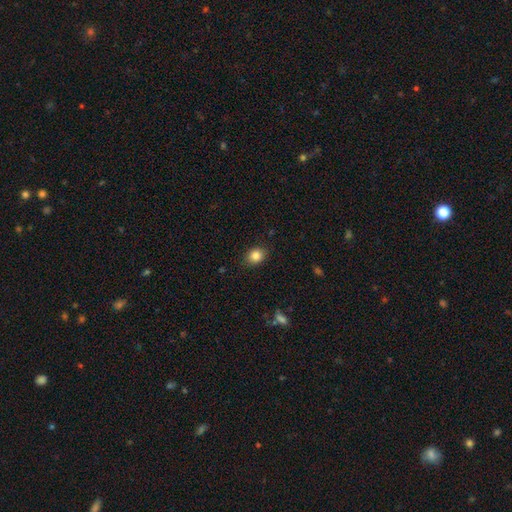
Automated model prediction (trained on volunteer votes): The model was most divided on "how rounded": in between: 51%, round: 48%, cigar-shaped: 1%. More confident: merging — none (87%); smooth or featured — smooth (85%).